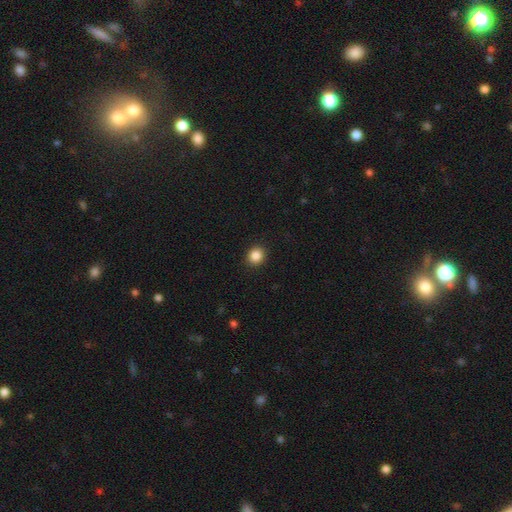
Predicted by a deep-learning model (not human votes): Q: Smooth or featured?
A: smooth (86%); runner-up: star or artifact (10%)
Q: How rounded?
A: round (83%); runner-up: in between (16%)
Q: Merging?
A: none (92%); runner-up: minor disturbance (5%)